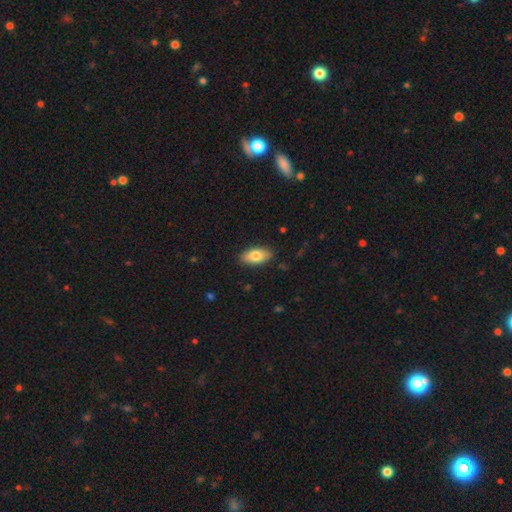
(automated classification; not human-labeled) This appears to be a smooth galaxy with no disk features (80%) that is in between round and cigar-shaped (91%). Merging: none (88%).